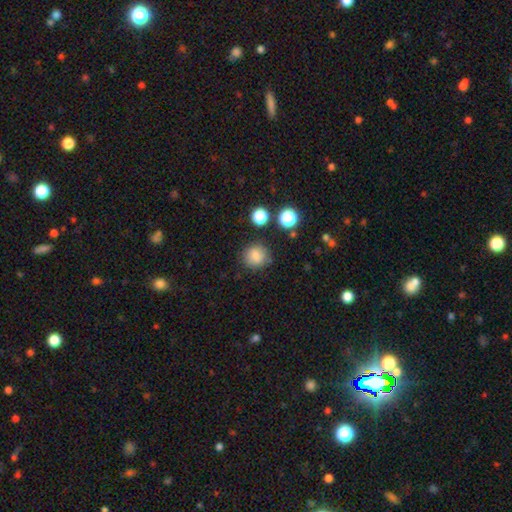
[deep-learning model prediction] Morphology: type=smooth (82%); roundness=round (89%); merging=none (84%).